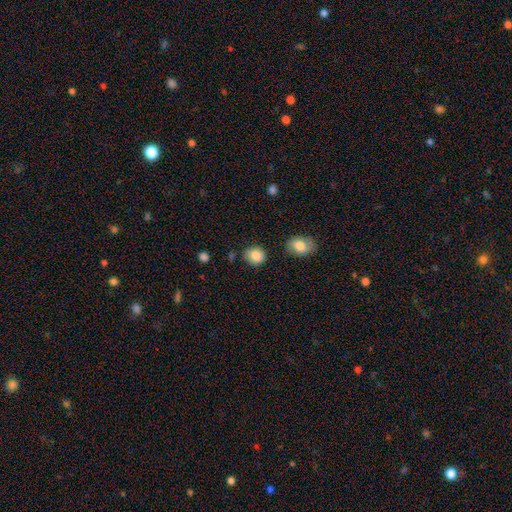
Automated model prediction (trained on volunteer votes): Morphology: type=smooth (87%); roundness=round (76%); merging=none (78%).